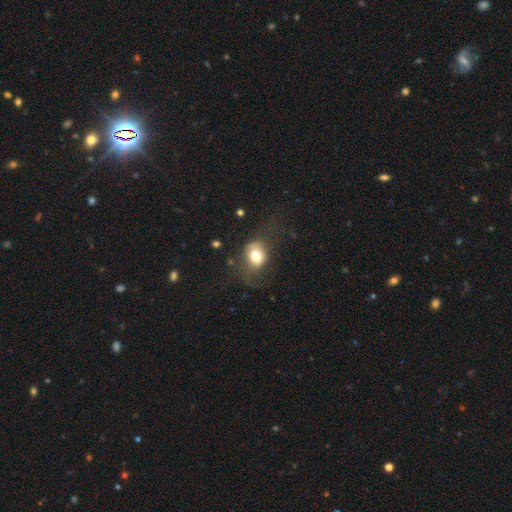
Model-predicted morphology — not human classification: Smooth or featured?
  - smooth: 72% *
  - featured or disk: 19%
  - star or artifact: 9%
How rounded?
  - in between: 57% *
  - round: 42%
  - cigar-shaped: 1%
Merging?
  - none: 38% *
  - major disturbance: 33%
  - minor disturbance: 25%
  - merger: 3%